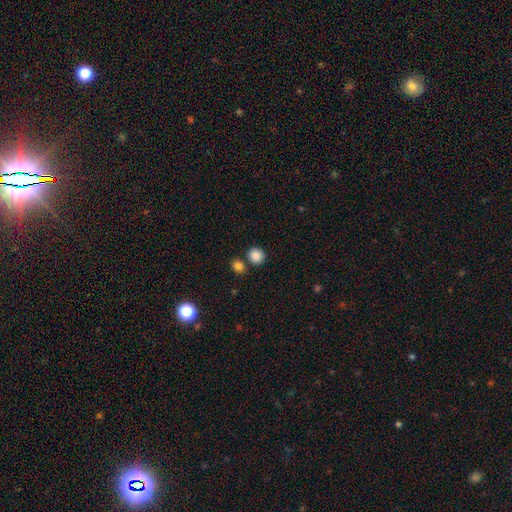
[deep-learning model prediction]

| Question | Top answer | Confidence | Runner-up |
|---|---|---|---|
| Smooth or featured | smooth | 87% | star or artifact (9%) |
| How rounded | round | 86% | in between (13%) |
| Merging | none | 75% | merger (14%) |